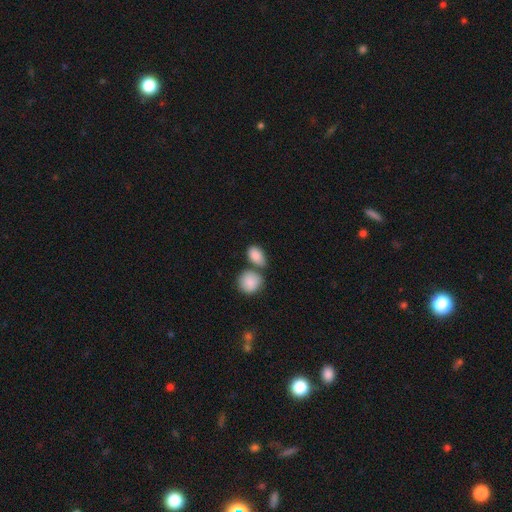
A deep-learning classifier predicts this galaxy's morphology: This is clearly a smooth galaxy (87%). How rounded: clearly in between (80%). Merging: possibly none (47%).